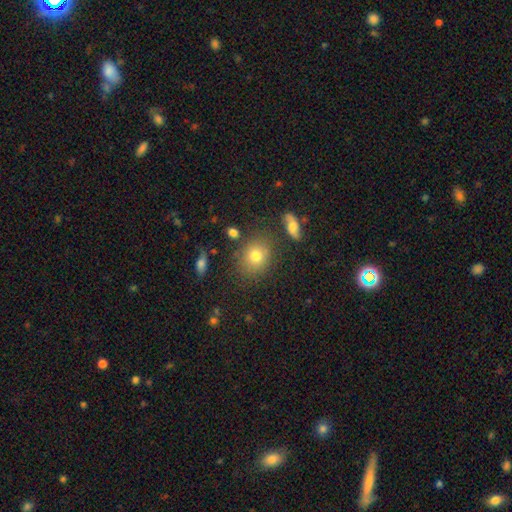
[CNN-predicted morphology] smooth 74%, star or artifact 13%, featured or disk 12%. Down the decision tree: how rounded — round (60%); merging — none (78%).